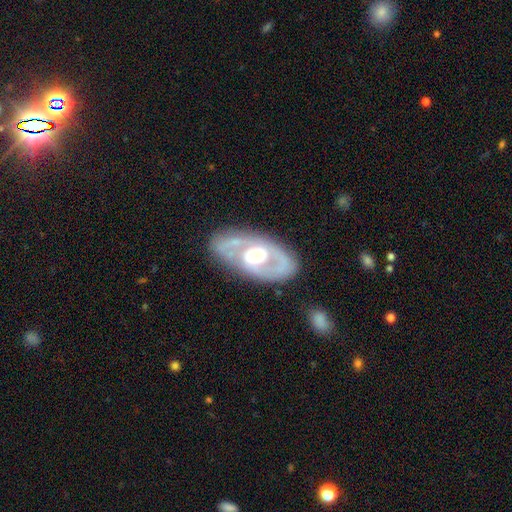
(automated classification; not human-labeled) Smooth or featured: featured or disk — 78% (smooth — 17%)
Edge-on disk: no — 92% (yes — 8%)
Bar: no — 66% (weak — 26%)
Spiral arms: yes — 65% (no — 35%)
Bulge size: moderate — 67% (large — 23%)
Merging: none — 80% (minor disturbance — 13%)